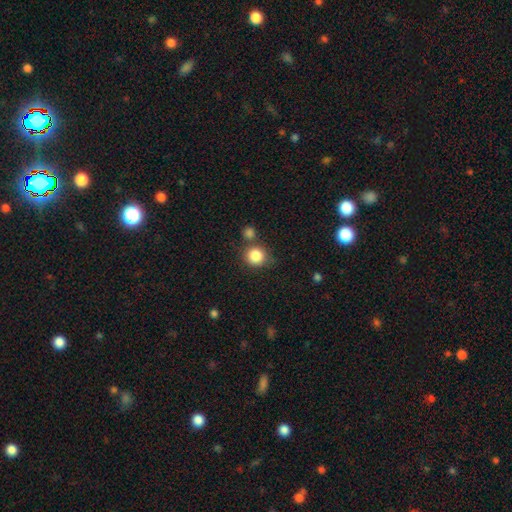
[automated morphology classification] A smooth galaxy with no disk features (85%) that is round (89%).

Vote fractions:
- Smooth or featured? smooth: 85% / star or artifact: 10% / featured or disk: 5%
- How rounded? round: 89% / in between: 10% / cigar-shaped: 1%
- Merging? none: 70% / merger: 16% / minor disturbance: 10% / major disturbance: 4%